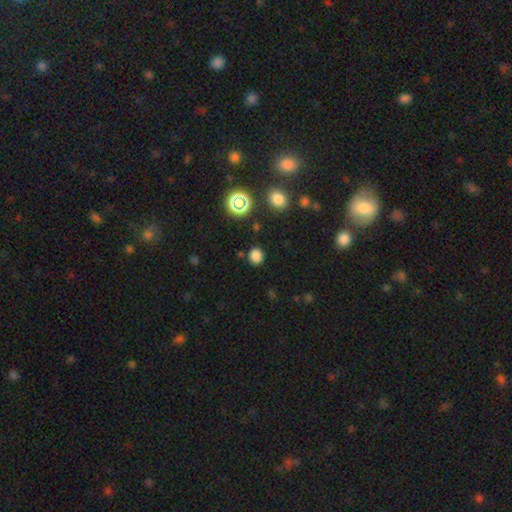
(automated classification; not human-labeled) smooth-or-featured: smooth: 78% | star or artifact: 18% | featured or disk: 4%
  how-rounded: round: 80% | in between: 19% | cigar-shaped: 1%
  merging: none: 87% | minor disturbance: 8% | major disturbance: 3% | merger: 2%